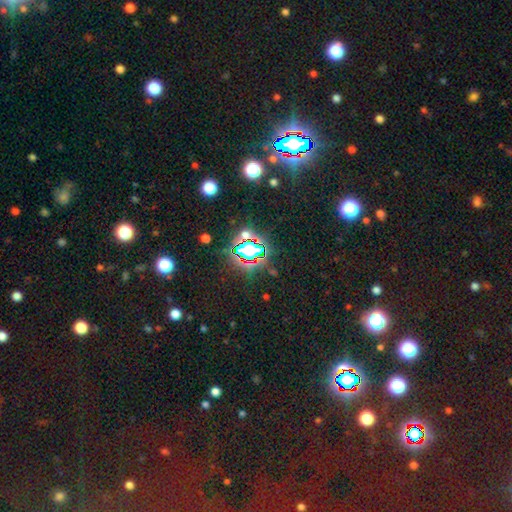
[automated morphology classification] The model was most divided on "smooth or featured": star or artifact: 77%, smooth: 15%, featured or disk: 8%.